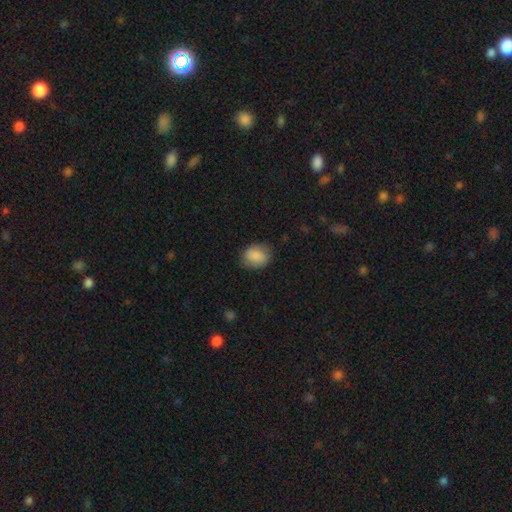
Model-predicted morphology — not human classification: The model was most divided on "how rounded": in between: 53%, round: 46%, cigar-shaped: 1%. More confident: smooth or featured — smooth (87%); merging — none (80%).